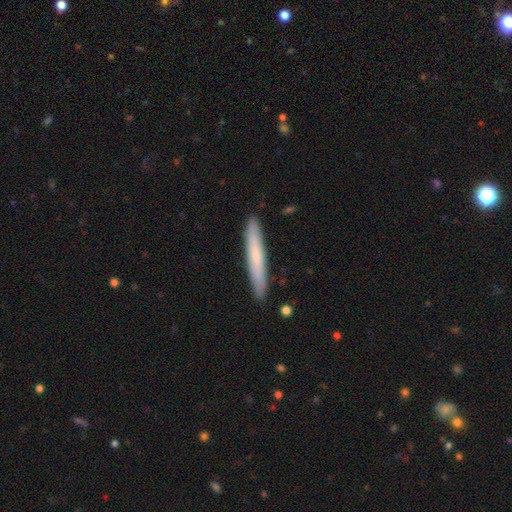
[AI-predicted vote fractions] smooth 64%, featured or disk 30%, star or artifact 6%. Down the decision tree: how rounded — cigar-shaped (95%); merging — none (90%).